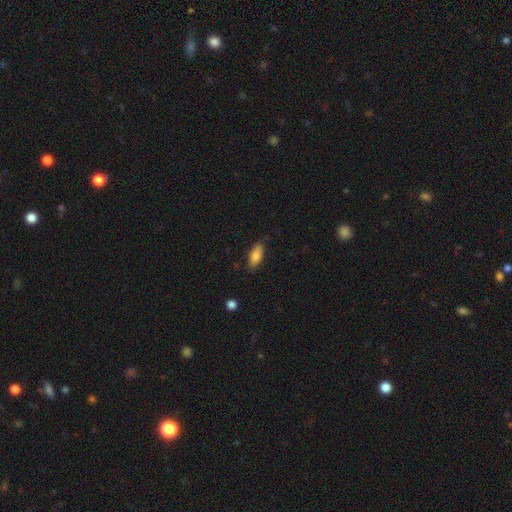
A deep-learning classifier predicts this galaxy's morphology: Q: Smooth or featured?
A: smooth (81%); runner-up: featured or disk (12%)
Q: How rounded?
A: in between (77%); runner-up: cigar-shaped (20%)
Q: Merging?
A: none (82%); runner-up: minor disturbance (14%)